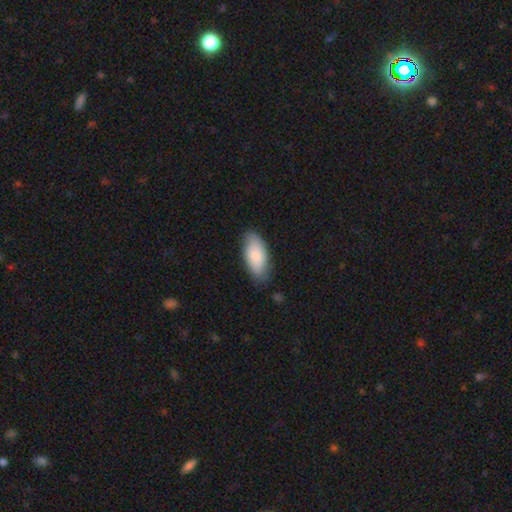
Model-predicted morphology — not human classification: Q: Smooth or featured?
A: smooth (85%); runner-up: featured or disk (9%)
Q: How rounded?
A: in between (90%); runner-up: cigar-shaped (8%)
Q: Merging?
A: none (78%); runner-up: minor disturbance (17%)